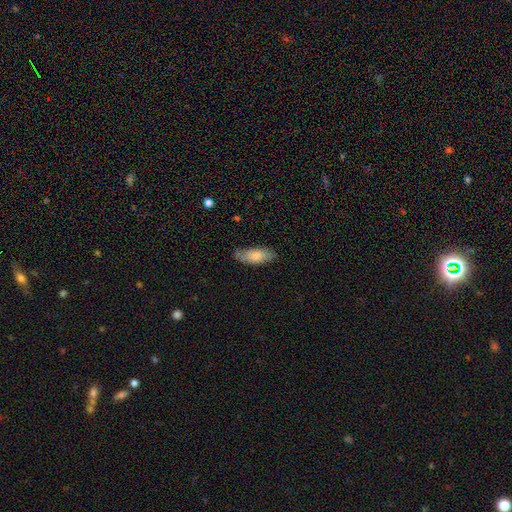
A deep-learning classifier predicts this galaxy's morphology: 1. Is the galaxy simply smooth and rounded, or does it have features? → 71% smooth, 23% featured or disk, 6% star or artifact.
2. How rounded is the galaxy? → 77% in between, 21% cigar-shaped, 2% round.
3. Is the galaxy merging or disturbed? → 65% none, 27% minor disturbance, 7% major disturbance, 2% merger.